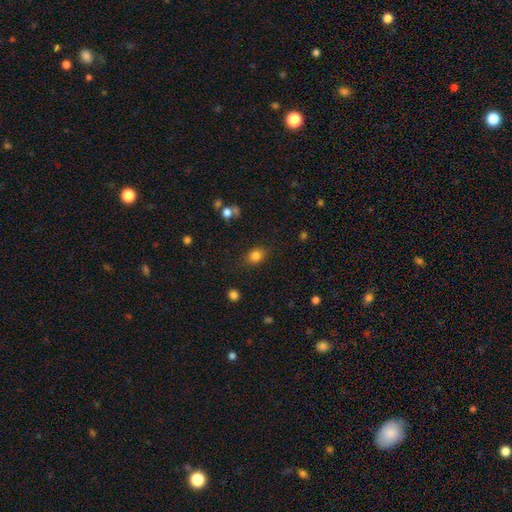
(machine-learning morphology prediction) A smooth galaxy with no disk features (83%) that is in between round and cigar-shaped (54%). Merging: none (83%).